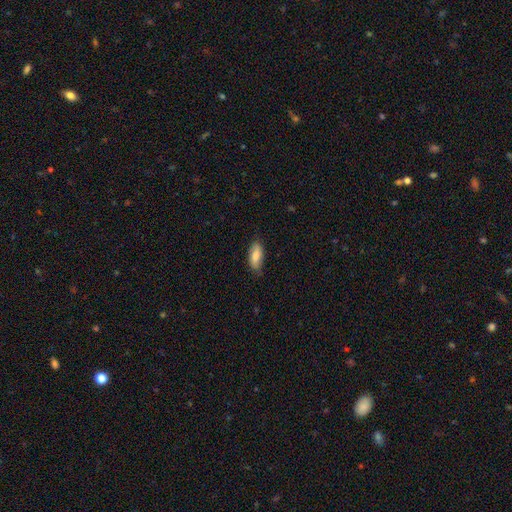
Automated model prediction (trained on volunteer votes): A smooth galaxy with no disk features (81%) that is in between round and cigar-shaped (84%).

Vote fractions:
- Smooth or featured? smooth: 81% / featured or disk: 13% / star or artifact: 6%
- How rounded? in between: 84% / cigar-shaped: 14% / round: 2%
- Merging? none: 75% / minor disturbance: 20% / major disturbance: 3% / merger: 1%